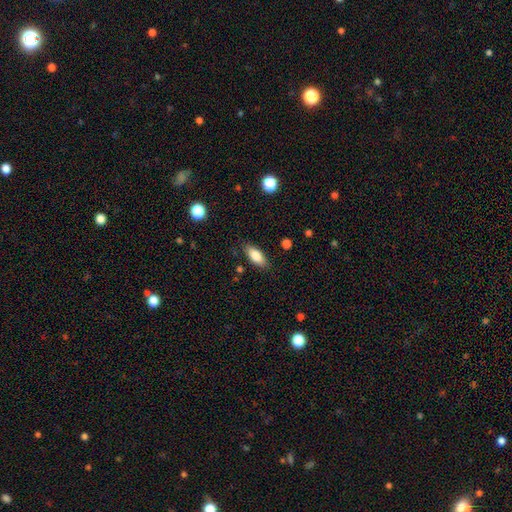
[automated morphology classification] A smooth galaxy with no disk features (82%) that is in between round and cigar-shaped (81%). Merging: none (84%).